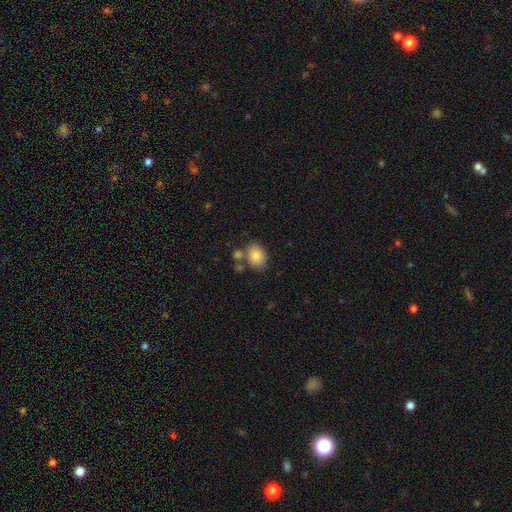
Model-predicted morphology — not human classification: Smooth or featured: smooth — 82% (featured or disk — 9%)
How rounded: in between — 65% (round — 34%)
Merging: none — 68% (merger — 15%)